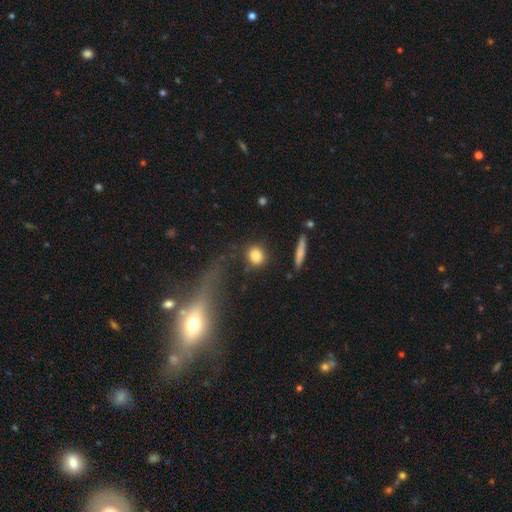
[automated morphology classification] Smooth or featured? smooth (84%)
How rounded? round (80%)
Merging? none (80%)